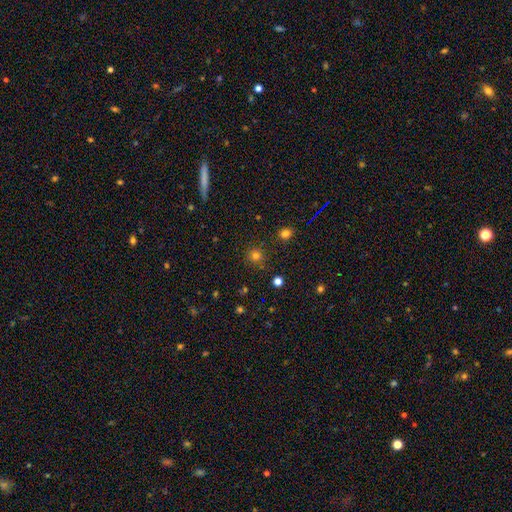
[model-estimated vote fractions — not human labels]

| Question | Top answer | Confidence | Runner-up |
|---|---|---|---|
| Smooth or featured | smooth | 75% | star or artifact (20%) |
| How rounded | round | 92% | in between (7%) |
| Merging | none | 88% | minor disturbance (7%) |